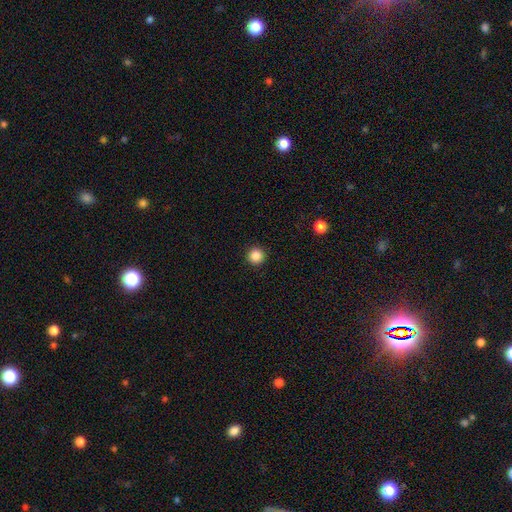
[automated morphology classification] Smooth or featured?
  - smooth: 86% *
  - star or artifact: 10%
  - featured or disk: 3%
How rounded?
  - round: 96% *
  - in between: 3%
  - cigar-shaped: 1%
Merging?
  - none: 93% *
  - minor disturbance: 4%
  - major disturbance: 2%
  - merger: 1%